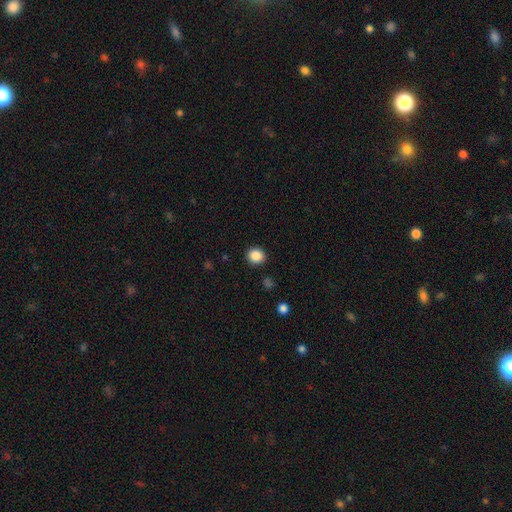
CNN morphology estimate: This is clearly a smooth galaxy (87%). How rounded: clearly round (85%). Merging: clearly none (90%).